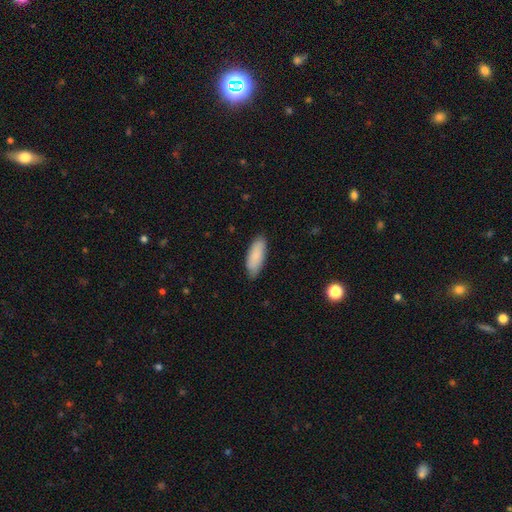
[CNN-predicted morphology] smooth_or_featured: smooth (p=0.87) [alt: featured or disk p=0.07]
how_rounded: in between (p=0.72) [alt: cigar-shaped p=0.26]
merging: none (p=0.84) [alt: minor disturbance p=0.13]